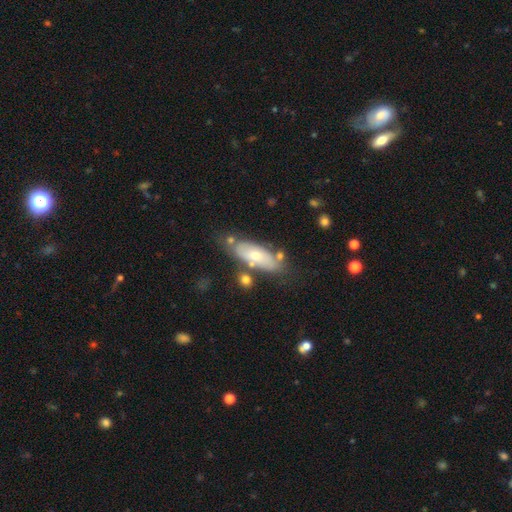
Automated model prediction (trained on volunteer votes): Morphology: type=smooth (56%); roundness=in between (71%); merging=none (62%).